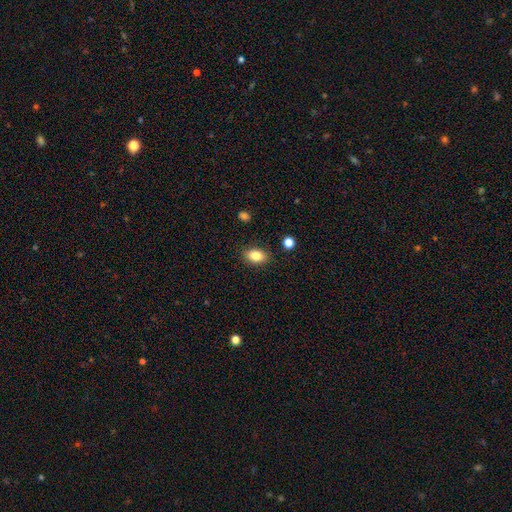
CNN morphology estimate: A smooth galaxy with no disk features (84%) that is in between round and cigar-shaped (87%).

Vote fractions:
- Smooth or featured? smooth: 84% / star or artifact: 9% / featured or disk: 7%
- How rounded? in between: 87% / round: 11% / cigar-shaped: 2%
- Merging? none: 87% / minor disturbance: 9% / major disturbance: 2% / merger: 2%